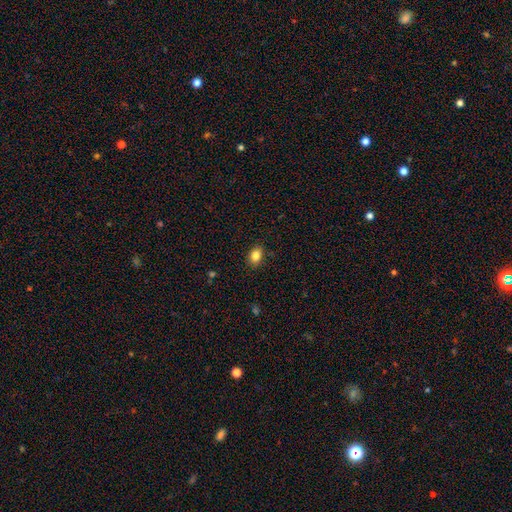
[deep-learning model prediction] Smooth or featured?
  - smooth: 84% *
  - star or artifact: 10%
  - featured or disk: 6%
How rounded?
  - in between: 72% *
  - round: 27%
  - cigar-shaped: 1%
Merging?
  - none: 88% *
  - minor disturbance: 9%
  - major disturbance: 2%
  - merger: 1%